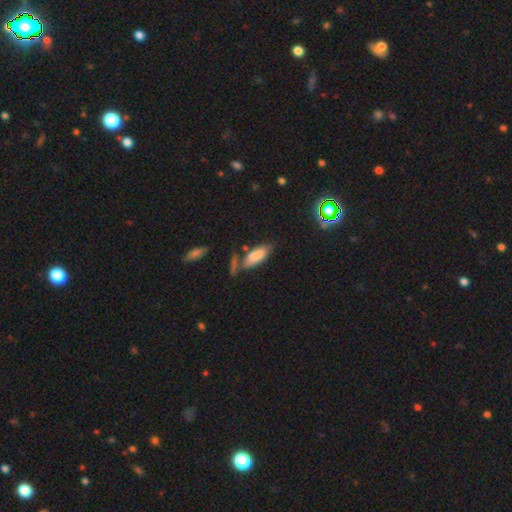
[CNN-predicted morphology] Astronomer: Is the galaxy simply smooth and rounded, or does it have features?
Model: smooth — 79%.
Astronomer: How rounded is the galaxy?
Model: in between — 74%.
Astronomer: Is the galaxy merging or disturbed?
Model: none — 56%.